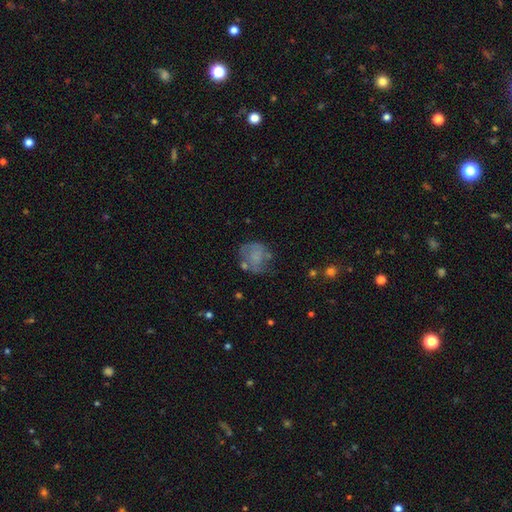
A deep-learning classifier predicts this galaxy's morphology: A smooth galaxy with no disk features (47%). Merging: none (47%).